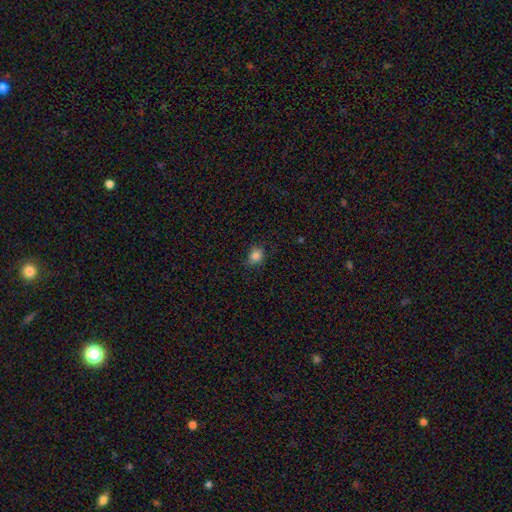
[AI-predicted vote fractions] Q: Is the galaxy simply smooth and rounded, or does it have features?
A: smooth — 84%.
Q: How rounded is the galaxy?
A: round — 56%.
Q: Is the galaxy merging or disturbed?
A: none — 73%.